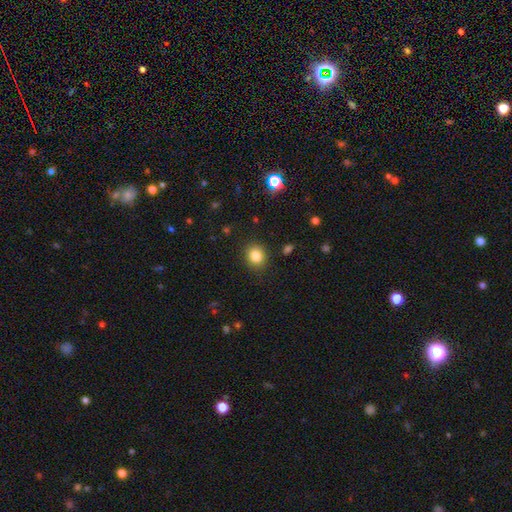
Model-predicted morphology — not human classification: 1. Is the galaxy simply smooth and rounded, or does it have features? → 84% smooth, 11% star or artifact, 6% featured or disk.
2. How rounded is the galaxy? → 70% round, 29% in between, 1% cigar-shaped.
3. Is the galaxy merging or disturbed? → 88% none, 8% minor disturbance, 3% major disturbance, 1% merger.